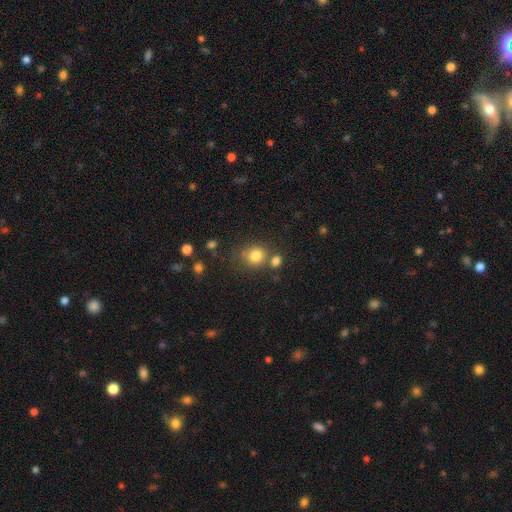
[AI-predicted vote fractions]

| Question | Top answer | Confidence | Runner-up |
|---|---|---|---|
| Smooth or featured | smooth | 81% | star or artifact (11%) |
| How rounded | round | 77% | in between (22%) |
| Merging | none | 61% | merger (20%) |